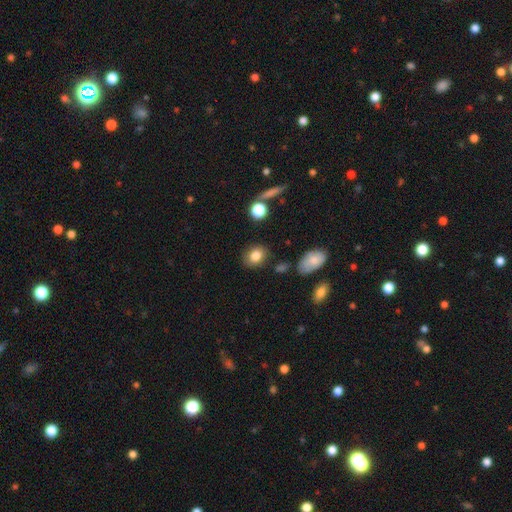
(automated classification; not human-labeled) Smooth or featured: smooth — 83% (star or artifact — 9%)
How rounded: round — 52% (in between — 47%)
Merging: none — 83% (minor disturbance — 11%)